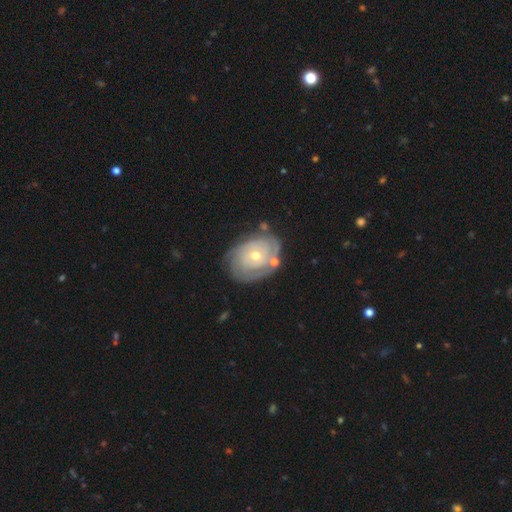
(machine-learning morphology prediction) Q: Smooth or featured?
A: featured or disk (81%); runner-up: smooth (14%)
Q: Edge-on disk?
A: no (97%); runner-up: yes (3%)
Q: Bar?
A: no (80%); runner-up: weak (16%)
Q: Spiral arms?
A: yes (89%); runner-up: no (11%)
Q: Spiral winding?
A: tight (80%); runner-up: medium (15%)
Q: Spiral arm count?
A: can't tell (41%); runner-up: 2 (27%)
Q: Bulge size?
A: small (49%); runner-up: moderate (48%)
Q: Merging?
A: none (68%); runner-up: minor disturbance (18%)